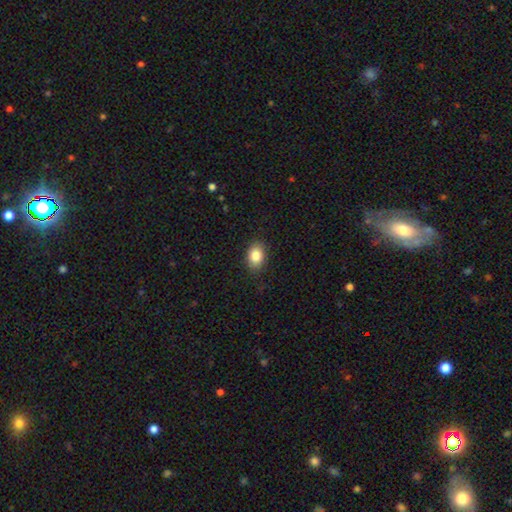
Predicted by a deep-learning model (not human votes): Overall: smooth (85%). How rounded: in between (79%). Merging: none (87%).